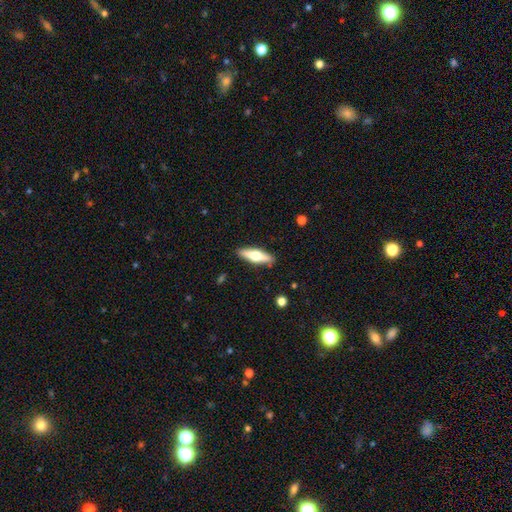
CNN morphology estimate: This is possibly a smooth galaxy (49%). Merging: clearly none (89%).